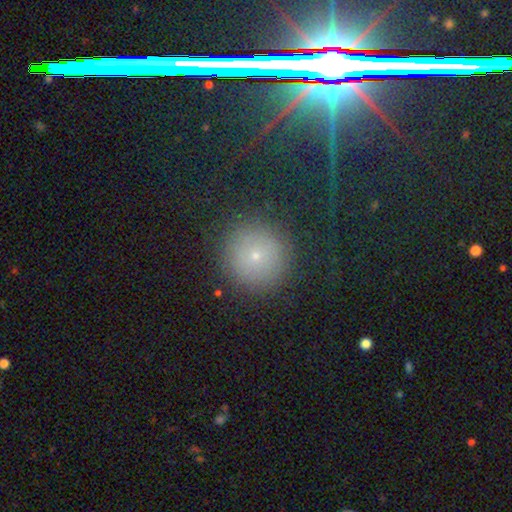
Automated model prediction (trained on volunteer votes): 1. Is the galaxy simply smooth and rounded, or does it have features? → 68% smooth, 18% star or artifact, 13% featured or disk.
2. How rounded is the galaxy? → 95% round, 4% in between, 1% cigar-shaped.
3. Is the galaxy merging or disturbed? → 90% none, 7% minor disturbance, 3% major disturbance, 1% merger.